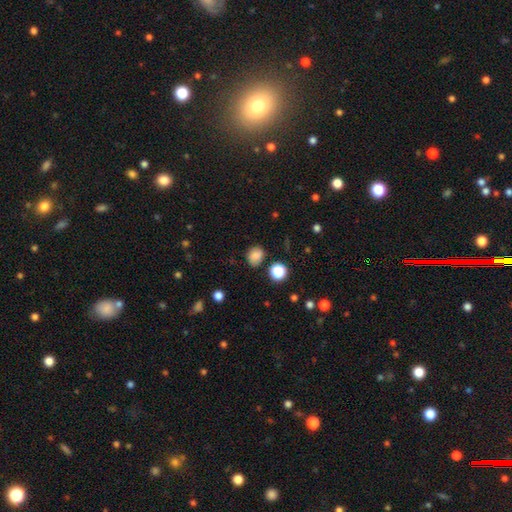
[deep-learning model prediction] smooth 80%, star or artifact 13%, featured or disk 6%. Down the decision tree: how rounded — round (61%); merging — none (75%).